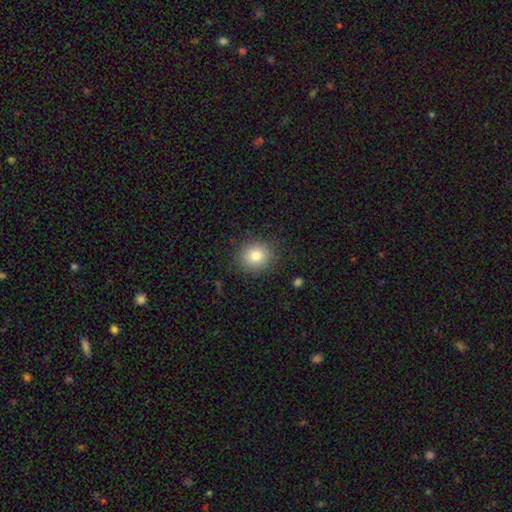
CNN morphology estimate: A smooth galaxy with no disk features (81%) that is round (83%). Merging: none (87%).